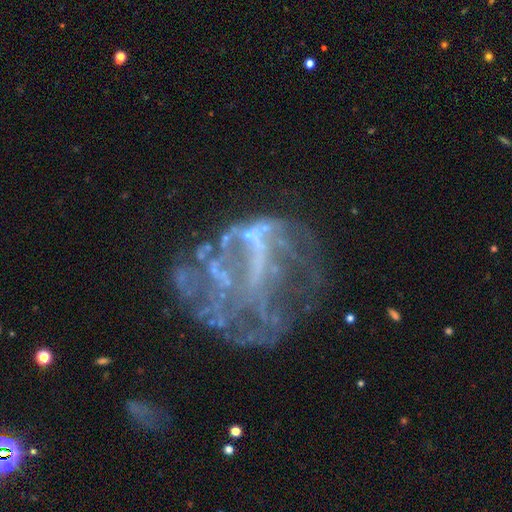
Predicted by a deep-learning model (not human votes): This is likely a featured or disk galaxy (71%). It is clearly not viewed edge-on (98%). Bar: likely no (65%). Spiral arm pattern: likely no (76%). Central bulge: likely none (75%). Merging: marginally major disturbance (40%).